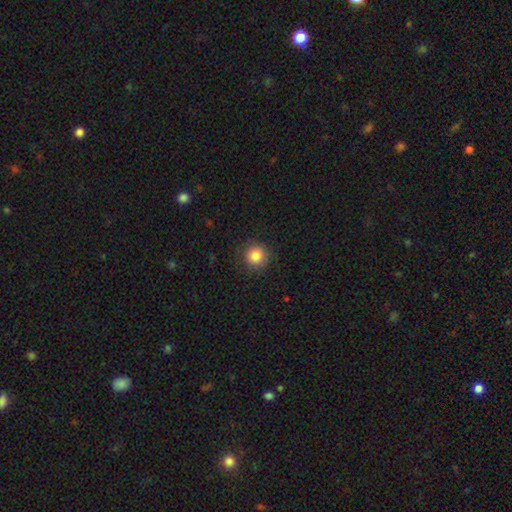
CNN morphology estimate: Smooth or featured? Predicted: smooth (p=0.85). How rounded? Predicted: round (p=0.94). Merging? Predicted: none (p=0.90).